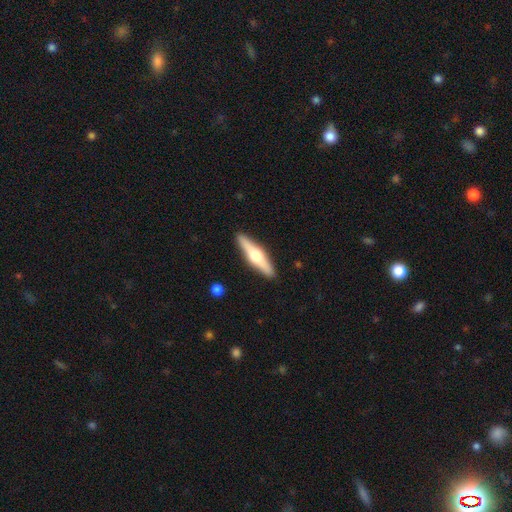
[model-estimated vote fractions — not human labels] Smooth or featured? featured or disk (60%)
Edge-on disk? yes (96%)
Edge-on bulge? rounded (94%)
Merging? none (90%)